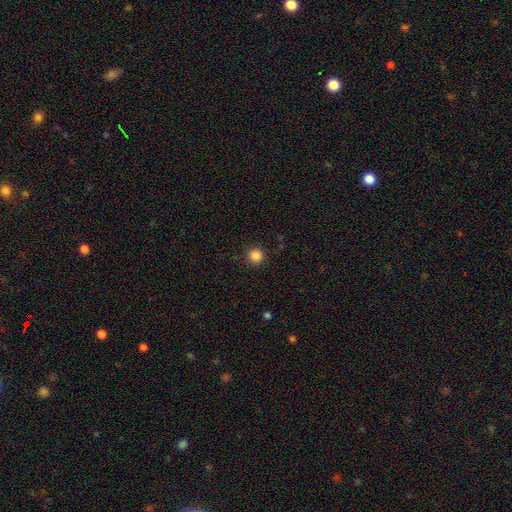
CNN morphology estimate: Smooth or featured? Predicted: smooth (p=0.85). How rounded? Predicted: round (p=0.95). Merging? Predicted: none (p=0.91).